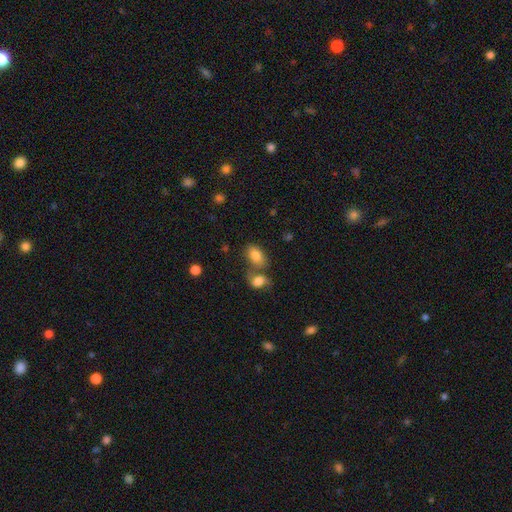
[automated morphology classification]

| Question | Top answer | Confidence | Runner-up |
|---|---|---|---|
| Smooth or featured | smooth | 81% | featured or disk (11%) |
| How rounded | in between | 88% | round (11%) |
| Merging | none | 45% | merger (38%) |